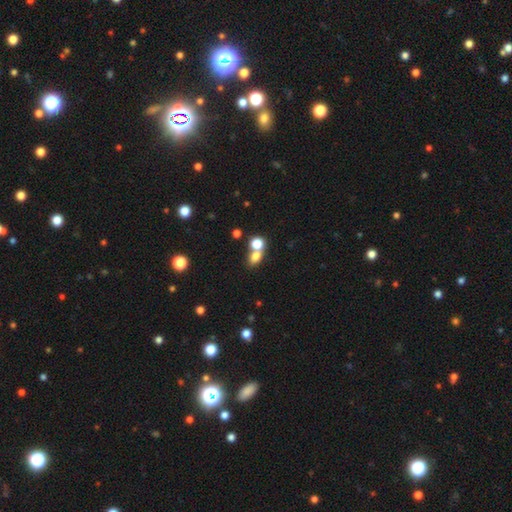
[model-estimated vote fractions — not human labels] Morphology: type=smooth (75%); roundness=in between (54%); merging=merger (48%).